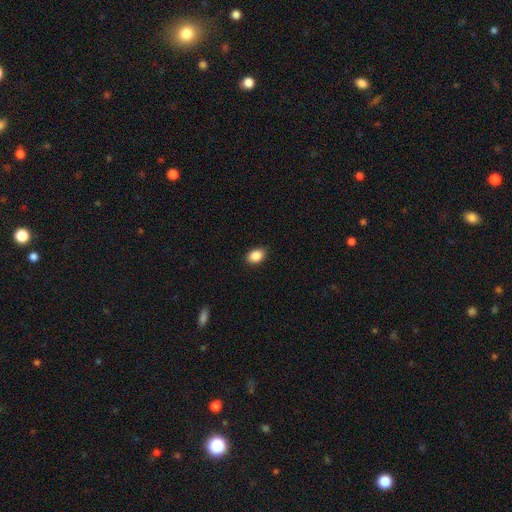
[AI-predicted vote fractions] Morphology: type=smooth (89%); roundness=in between (78%); merging=none (89%).